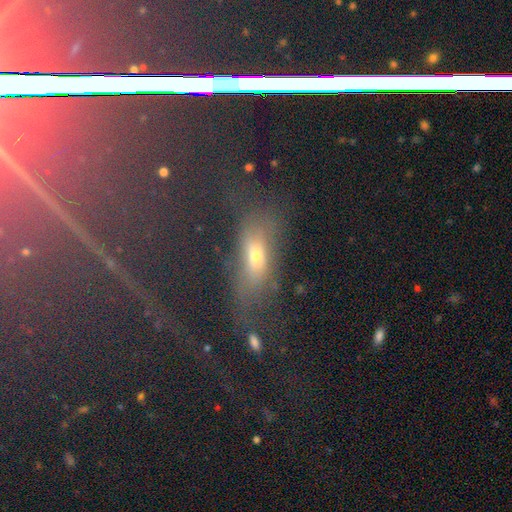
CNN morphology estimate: Q: Smooth or featured?
A: smooth (55%); runner-up: featured or disk (29%)
Q: How rounded?
A: in between (67%); runner-up: cigar-shaped (21%)
Q: Merging?
A: none (47%); runner-up: major disturbance (28%)